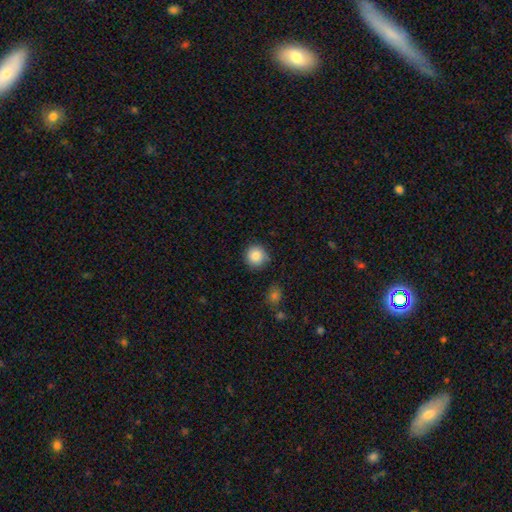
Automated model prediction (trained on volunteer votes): Morphology: type=smooth (87%); roundness=round (93%); merging=none (85%).